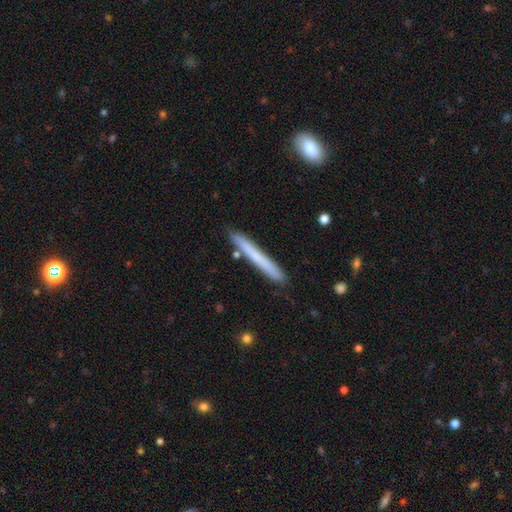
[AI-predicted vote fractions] This is likely a smooth galaxy (63%). How rounded: clearly cigar-shaped (97%). Merging: clearly none (86%).